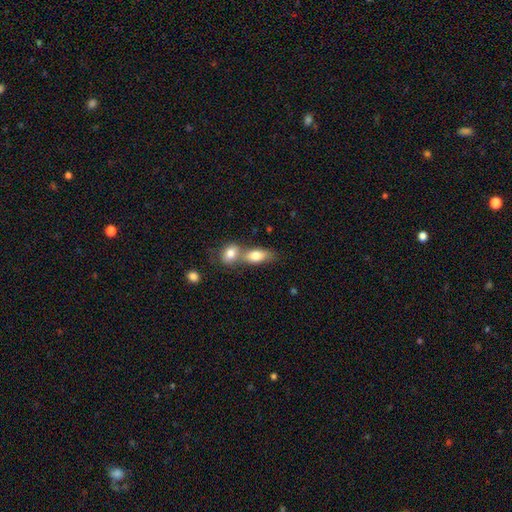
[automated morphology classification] smooth 78%, featured or disk 15%, star or artifact 7%. Down the decision tree: how rounded — in between (80%); merging — merger (59%).